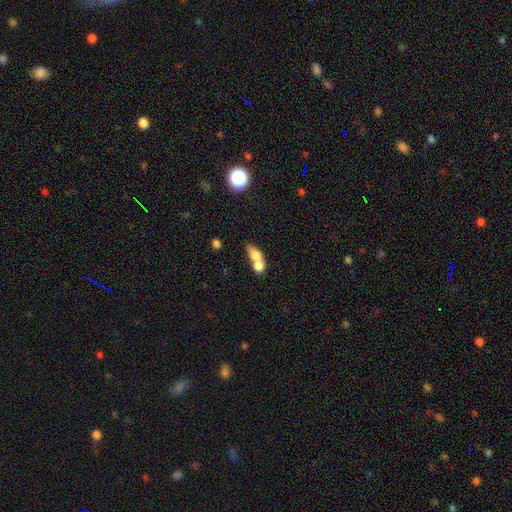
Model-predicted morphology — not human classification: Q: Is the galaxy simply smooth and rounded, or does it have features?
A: smooth — 70%.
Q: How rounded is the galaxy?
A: in between — 60%.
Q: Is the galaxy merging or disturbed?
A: merger — 71%.